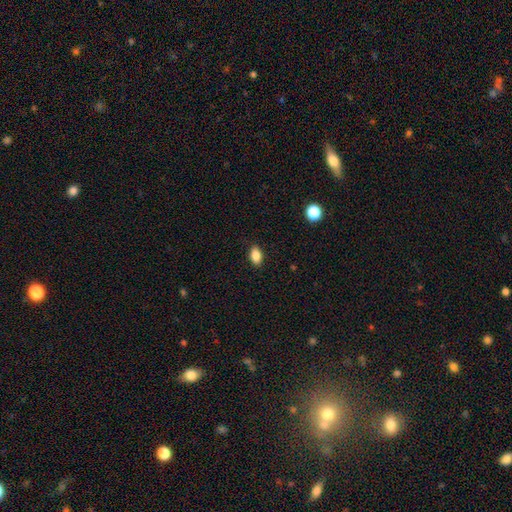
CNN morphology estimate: This is clearly a smooth galaxy (87%). How rounded: clearly in between (89%). Merging: clearly none (89%).